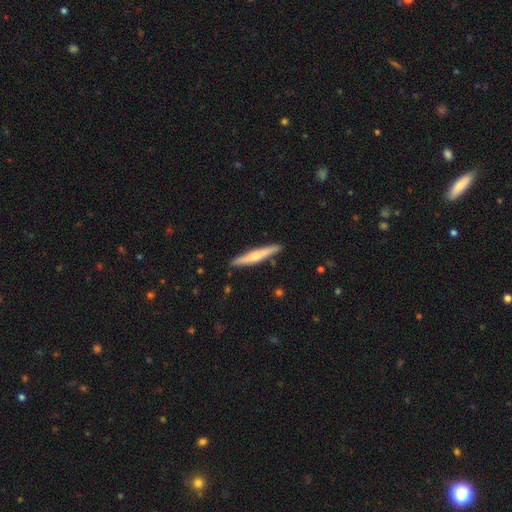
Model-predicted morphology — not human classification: A featured or disk galaxy (51%) viewed edge-on (96%). Merging: none (88%).